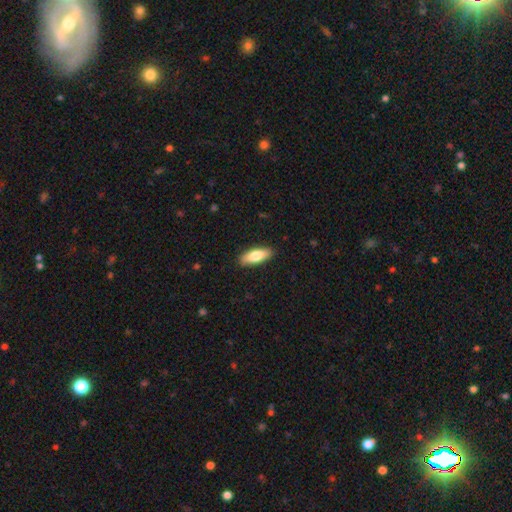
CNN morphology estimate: A smooth galaxy with no disk features (77%) that is in between round and cigar-shaped (69%).

Vote fractions:
- Smooth or featured? smooth: 77% / featured or disk: 17% / star or artifact: 6%
- How rounded? in between: 69% / cigar-shaped: 29% / round: 2%
- Merging? none: 88% / minor disturbance: 9% / major disturbance: 2% / merger: 1%